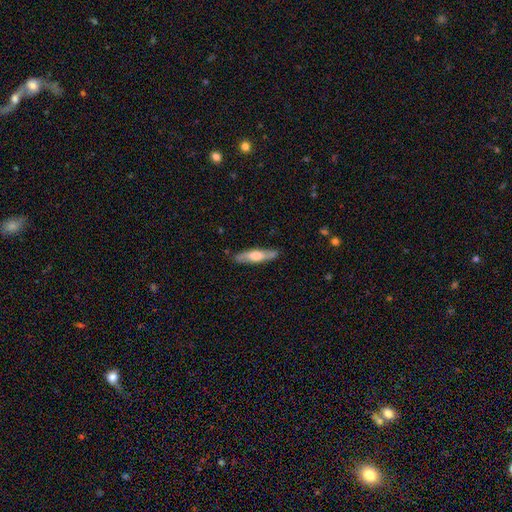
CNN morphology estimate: type=featured or disk (51%); edge-on=yes (75%); merging=none (84%).